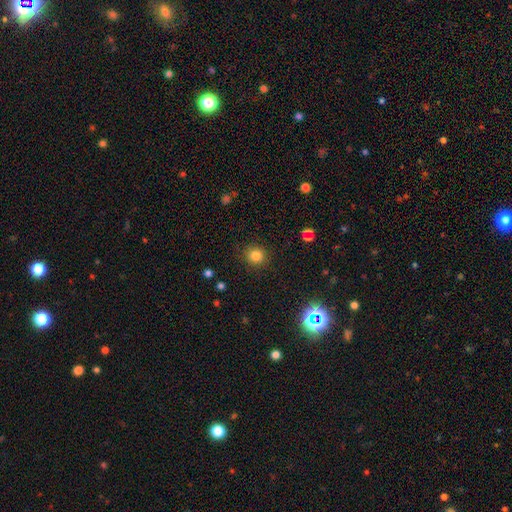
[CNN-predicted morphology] Smooth or featured? smooth (82%)
How rounded? round (90%)
Merging? none (89%)